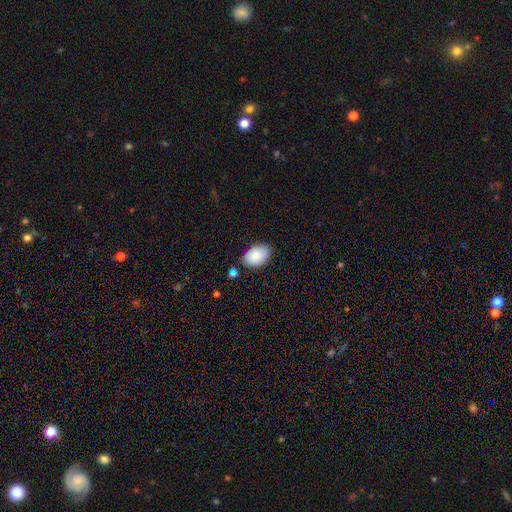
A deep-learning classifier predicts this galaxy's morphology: Smooth or featured? smooth (86%)
How rounded? in between (90%)
Merging? none (81%)